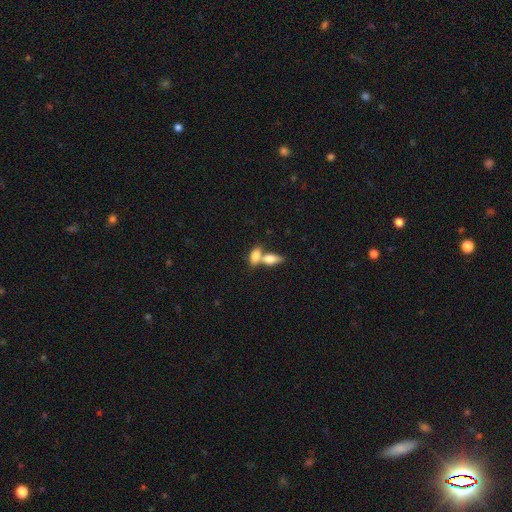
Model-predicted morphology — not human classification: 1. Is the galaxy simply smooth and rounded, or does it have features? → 74% smooth, 18% featured or disk, 7% star or artifact.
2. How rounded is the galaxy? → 83% in between, 11% cigar-shaped, 6% round.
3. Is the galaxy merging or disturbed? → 63% merger, 27% none, 7% minor disturbance, 3% major disturbance.